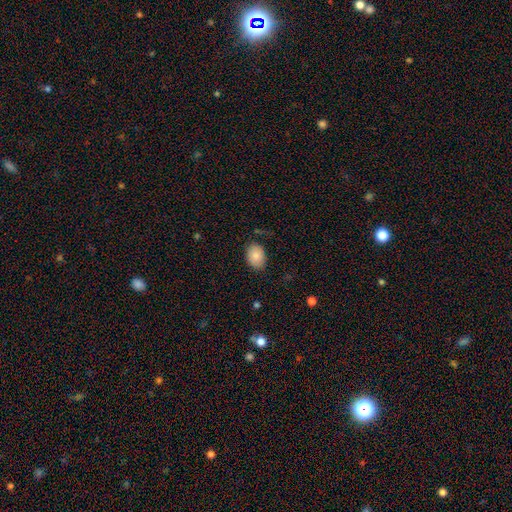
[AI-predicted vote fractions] smooth 84%, featured or disk 9%, star or artifact 7%. Down the decision tree: how rounded — in between (78%); merging — none (82%).